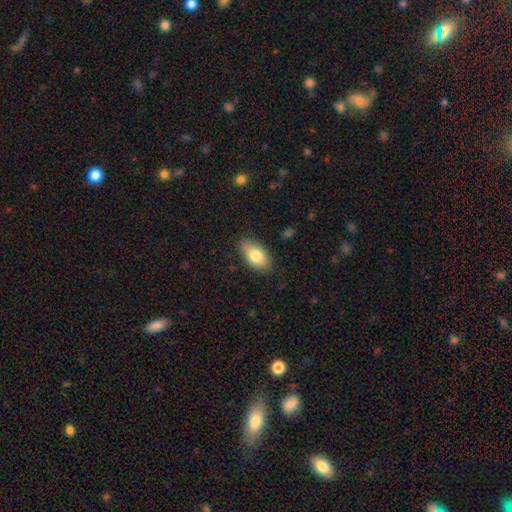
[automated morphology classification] Smooth or featured?
  - smooth: 80% *
  - featured or disk: 13%
  - star or artifact: 7%
How rounded?
  - in between: 92% *
  - round: 5%
  - cigar-shaped: 3%
Merging?
  - none: 81% *
  - minor disturbance: 15%
  - major disturbance: 3%
  - merger: 1%